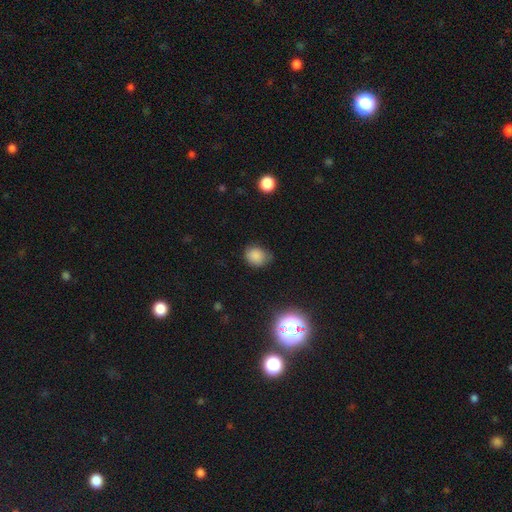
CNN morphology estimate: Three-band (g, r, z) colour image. It shows a smooth galaxy with no disk features (82%) that is round (57%). Merging: none (62%).